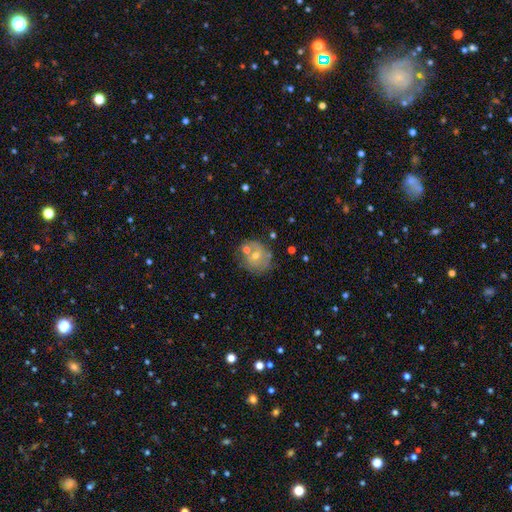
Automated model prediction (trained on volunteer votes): Overall: featured or disk (45%; smooth 41%). Merging: none (61%).